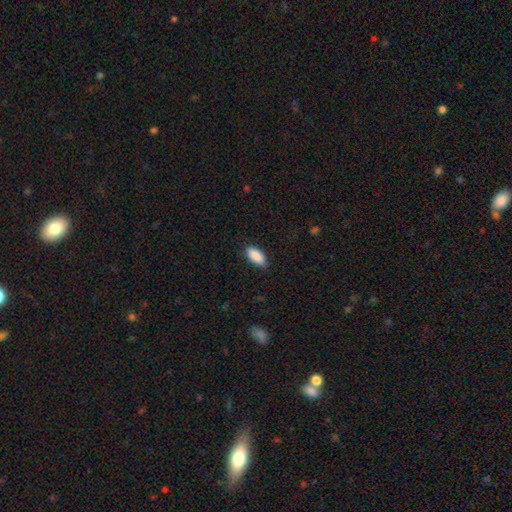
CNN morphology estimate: type=smooth (89%); roundness=in between (87%); merging=none (83%).